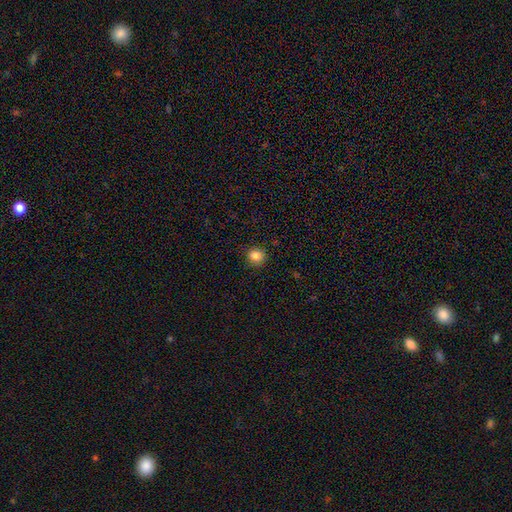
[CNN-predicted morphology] type=smooth (85%); roundness=round (87%); merging=none (89%).